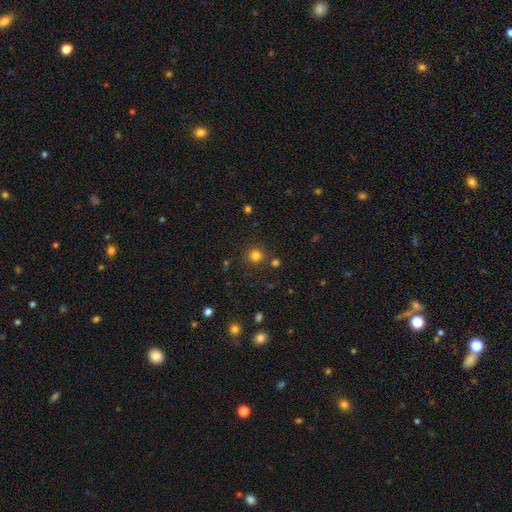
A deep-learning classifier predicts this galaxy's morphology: type=smooth (79%); roundness=round (92%); merging=none (83%).